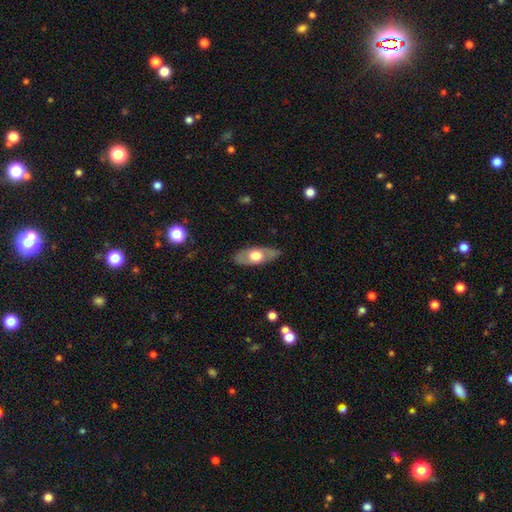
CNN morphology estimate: Q: Smooth or featured?
A: smooth (49%); runner-up: featured or disk (46%)
Q: Merging?
A: none (80%); runner-up: minor disturbance (15%)